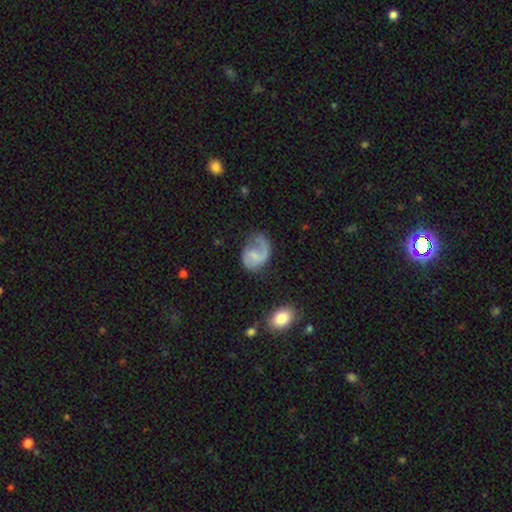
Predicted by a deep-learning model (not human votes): A featured or disk galaxy (60%) with no bar (52%), spiral arms (85%) and a small central bulge (42%). Merging: none (38%).